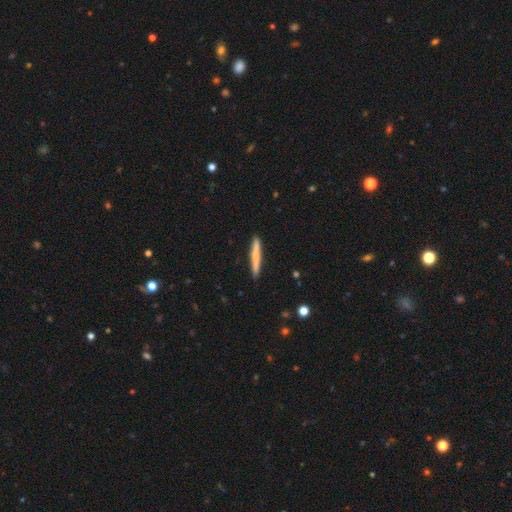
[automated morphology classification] A smooth galaxy with no disk features (70%) that is cigar-shaped (96%).

Vote fractions:
- Smooth or featured? smooth: 70% / featured or disk: 25% / star or artifact: 5%
- How rounded? cigar-shaped: 96% / in between: 3% / round: 1%
- Merging? none: 90% / minor disturbance: 7% / major disturbance: 1% / merger: 1%